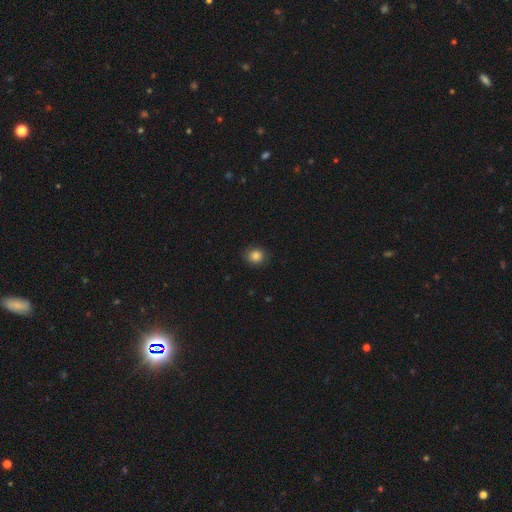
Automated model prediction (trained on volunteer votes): A smooth galaxy with no disk features (85%) that is round (78%).

Vote fractions:
- Smooth or featured? smooth: 85% / star or artifact: 11% / featured or disk: 4%
- How rounded? round: 78% / in between: 21% / cigar-shaped: 1%
- Merging? none: 86% / minor disturbance: 10% / major disturbance: 3% / merger: 1%